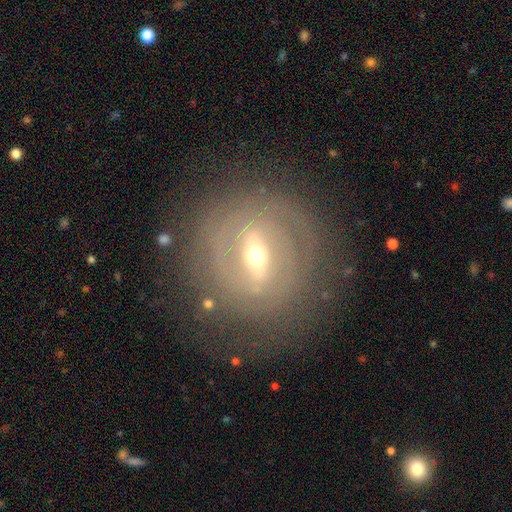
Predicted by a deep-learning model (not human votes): A featured or disk galaxy (82%) with a strong bar (59%), tight (70%) spiral arms (75%) and a small central bulge (58%).

Vote fractions:
- Smooth or featured? featured or disk: 82% / smooth: 11% / star or artifact: 7%
- Edge-on disk? no: 90% / yes: 10%
- Bar? strong: 59% / weak: 32% / no: 10%
- Spiral arms? yes: 75% / no: 25%
- Spiral winding? tight: 70% / medium: 23% / loose: 7%
- Spiral arm count? can't tell: 42% / 2: 34% / 3: 10% / 4: 6% / 1: 4% / more than 4: 4%
- Bulge size? small: 58% / moderate: 38% / large: 2% / dominant: 1% / none: 1%
- Merging? none: 78% / minor disturbance: 13% / major disturbance: 7% / merger: 2%